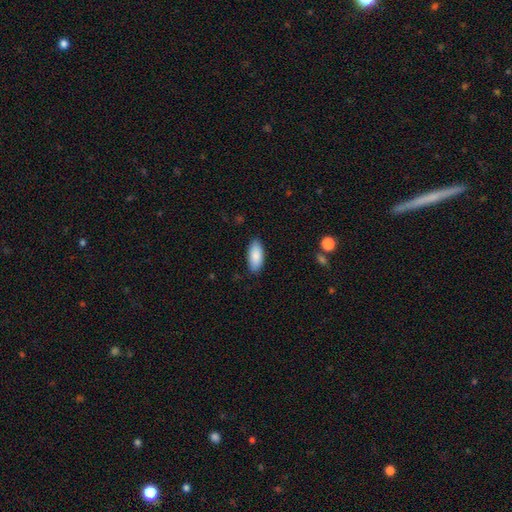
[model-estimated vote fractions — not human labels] This appears to be a smooth galaxy with no disk features (87%) that is in between round and cigar-shaped (90%). Merging: none (86%).